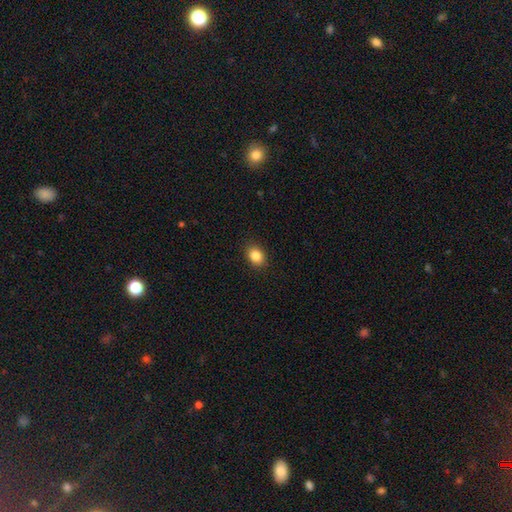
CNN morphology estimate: A smooth galaxy with no disk features (86%) that is in between round and cigar-shaped (66%). Merging: none (89%).